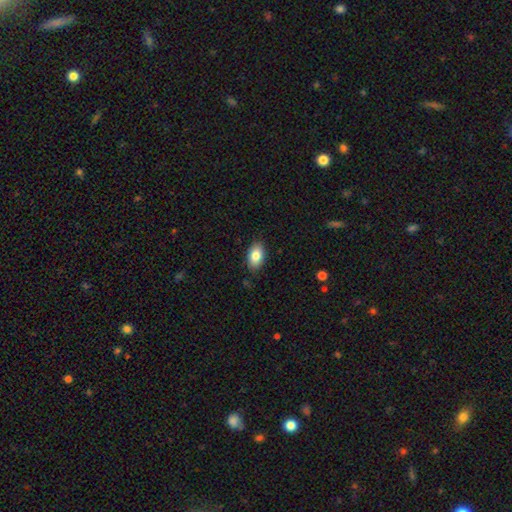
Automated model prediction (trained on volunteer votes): Overall: smooth (83%). How rounded: in between (91%). Merging: none (85%).